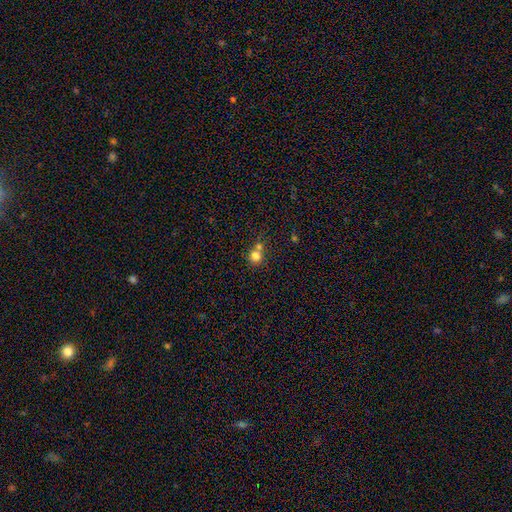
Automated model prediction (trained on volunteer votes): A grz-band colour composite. It shows a smooth galaxy with no disk features (79%) that is round (90%). Merging: none (53%).